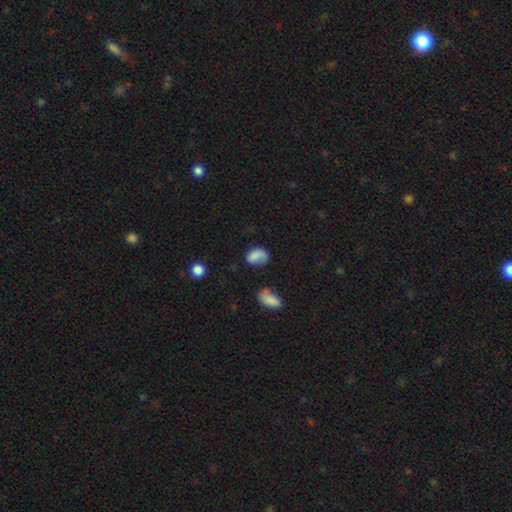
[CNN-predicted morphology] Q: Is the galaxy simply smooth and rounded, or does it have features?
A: smooth — 72%.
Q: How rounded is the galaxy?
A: in between — 78%.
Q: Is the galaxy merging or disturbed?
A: none — 39%.